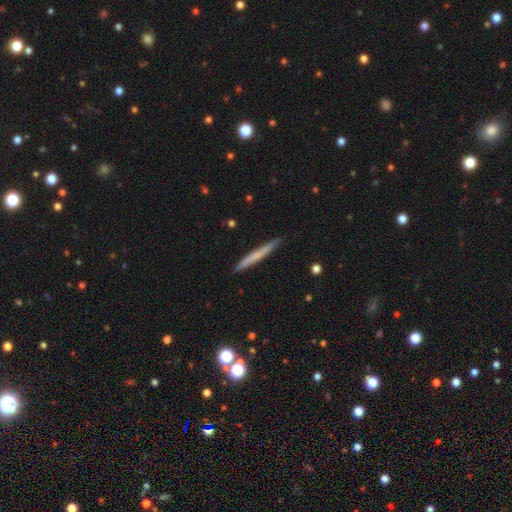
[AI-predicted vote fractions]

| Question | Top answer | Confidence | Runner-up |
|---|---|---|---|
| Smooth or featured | smooth | 61% | featured or disk (33%) |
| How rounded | cigar-shaped | 97% | in between (2%) |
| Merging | none | 90% | minor disturbance (7%) |